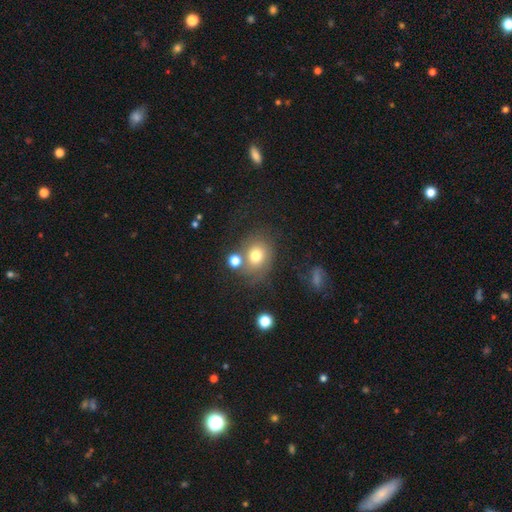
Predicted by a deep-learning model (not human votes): This is likely a smooth galaxy (69%). How rounded: likely round (66%). Merging: possibly none (56%).